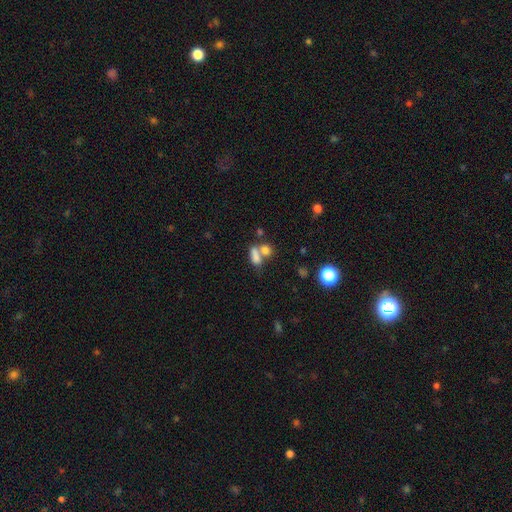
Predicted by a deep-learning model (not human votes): This is likely a smooth galaxy (75%). How rounded: likely in between (74%). Merging: possibly merger (55%).